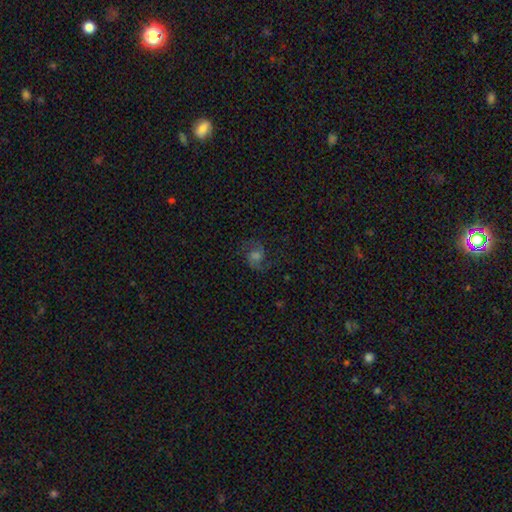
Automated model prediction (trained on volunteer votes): This is likely a featured or disk galaxy (71%). It is clearly not viewed edge-on (98%). Bar: possibly no (53%). Spiral arm pattern: clearly yes (95%). Spiral arm count: clearly 2 (91%). Spiral winding: possibly medium (52%). Central bulge: possibly moderate (46%). Merging: likely none (77%).